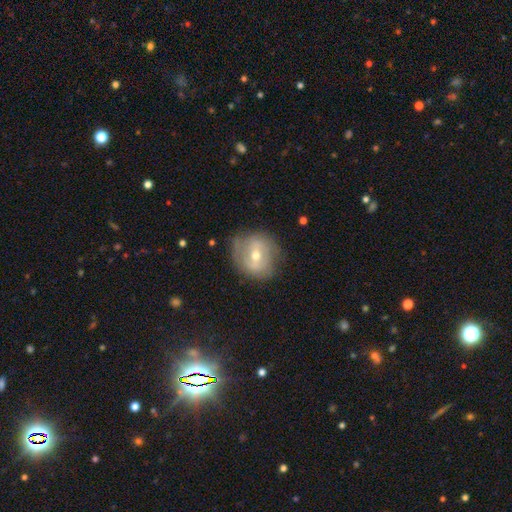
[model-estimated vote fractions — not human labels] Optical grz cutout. It shows a featured or disk galaxy (61%) with a weak bar (44%), spiral arms (53%) and a moderate central bulge (65%). Merging: none (68%).